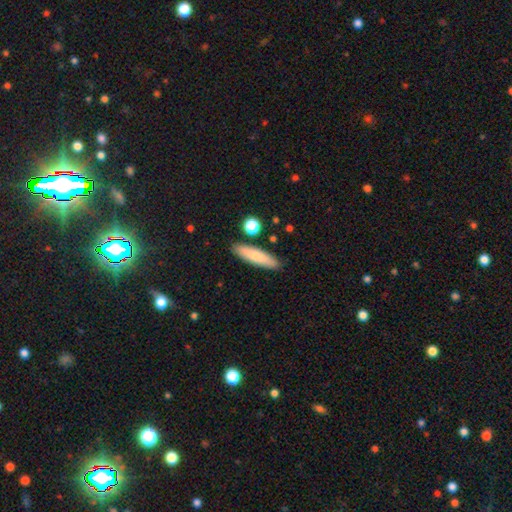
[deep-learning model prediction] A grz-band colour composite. It shows a smooth galaxy with no disk features (78%) that is cigar-shaped (71%). Merging: none (86%).